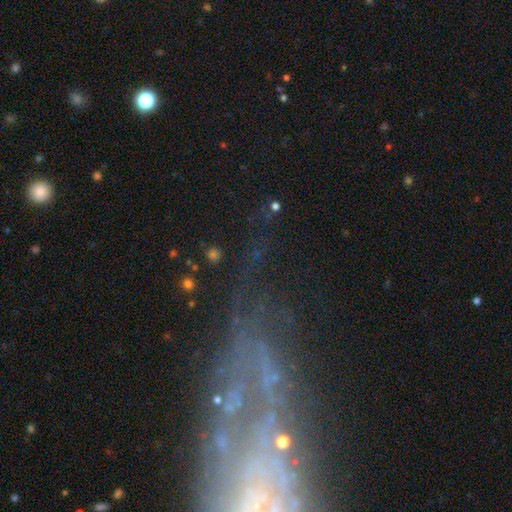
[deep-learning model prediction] Morphology: type=featured or disk (56%); edge-on=no (84%); merging=none (48%).